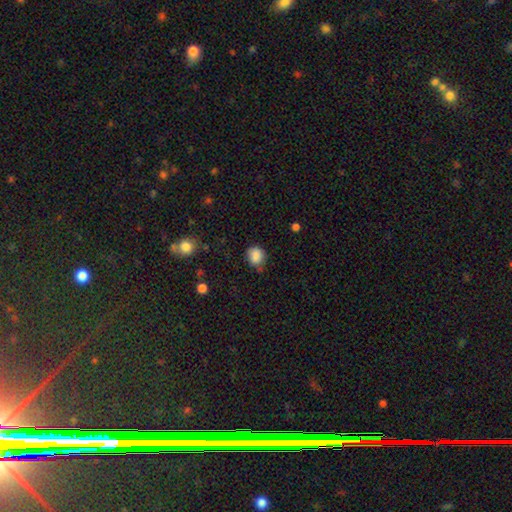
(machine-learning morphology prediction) A smooth galaxy with no disk features (85%) that is round (77%). Merging: none (70%).